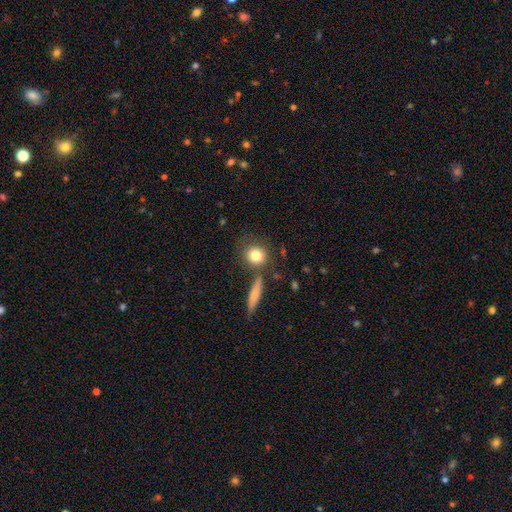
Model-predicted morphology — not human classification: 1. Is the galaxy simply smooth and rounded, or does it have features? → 80% smooth, 11% featured or disk, 8% star or artifact.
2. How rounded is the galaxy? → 81% round, 16% in between, 3% cigar-shaped.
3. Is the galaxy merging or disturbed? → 67% none, 15% merger, 13% minor disturbance, 5% major disturbance.